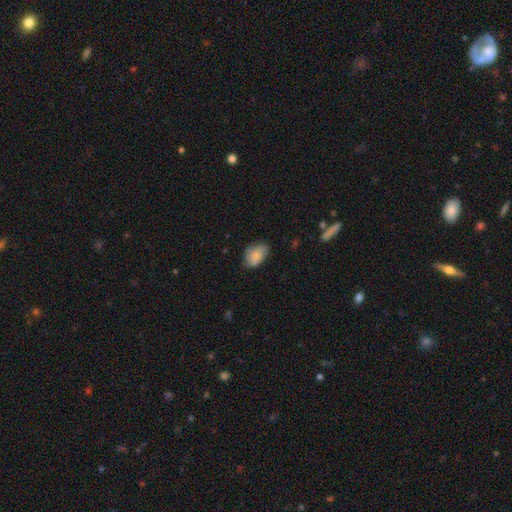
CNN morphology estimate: Q: Smooth or featured?
A: smooth (79%); runner-up: featured or disk (13%)
Q: How rounded?
A: in between (86%); runner-up: round (12%)
Q: Merging?
A: none (61%); runner-up: minor disturbance (30%)